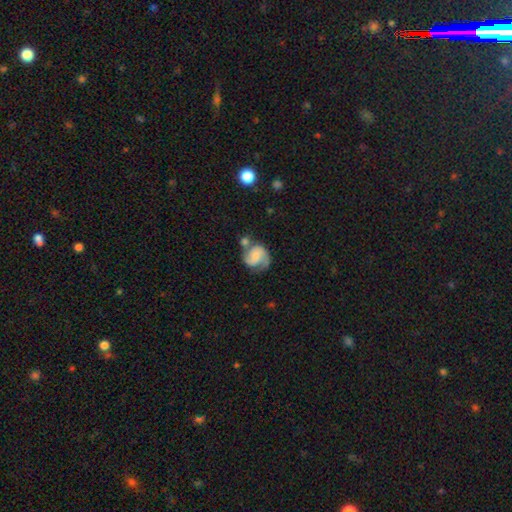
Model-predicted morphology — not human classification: A featured or disk galaxy (66%) with no bar (59%), 2 (69%) medium (46%) spiral arms (91%) and a small central bulge (51%). Merging: none (41%).